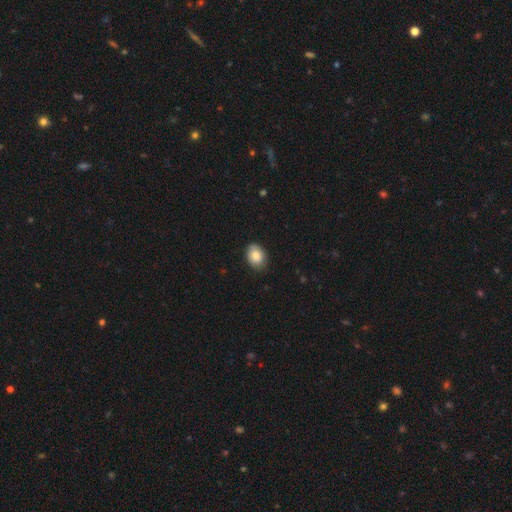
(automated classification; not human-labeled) smooth 84%, featured or disk 9%, star or artifact 7%. Down the decision tree: how rounded — in between (69%); merging — none (83%).